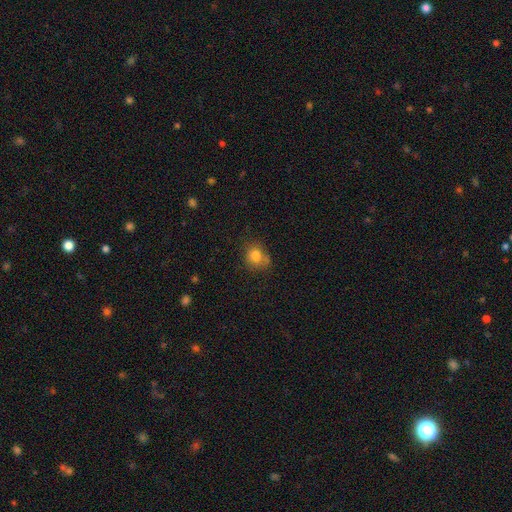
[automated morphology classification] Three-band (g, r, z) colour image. It shows a smooth galaxy with no disk features (81%) that is round (70%). Merging: none (61%).